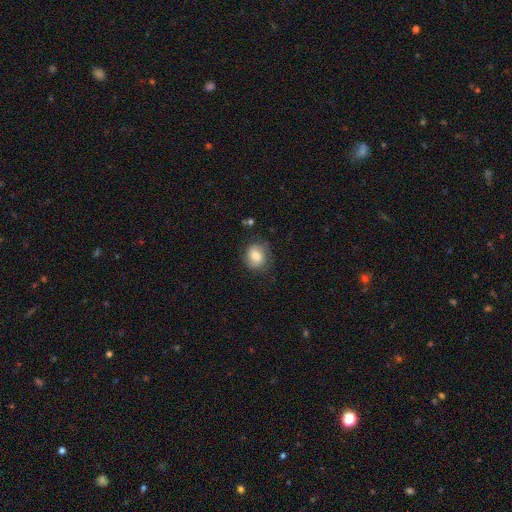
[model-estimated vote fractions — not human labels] Smooth or featured? Predicted: smooth (p=0.74). How rounded? Predicted: round (p=0.66). Merging? Predicted: none (p=0.73).